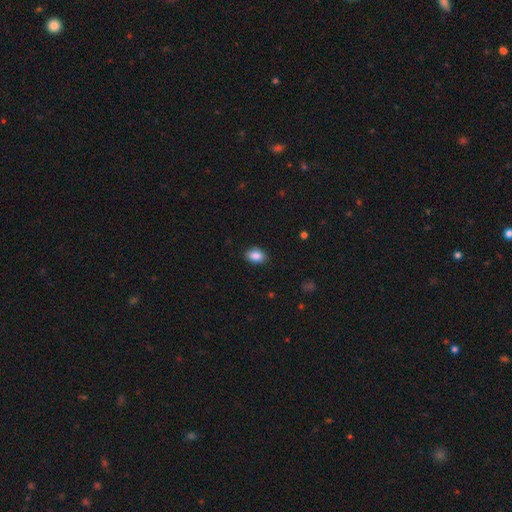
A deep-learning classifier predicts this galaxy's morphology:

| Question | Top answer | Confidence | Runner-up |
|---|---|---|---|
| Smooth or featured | smooth | 88% | star or artifact (8%) |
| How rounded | in between | 82% | round (17%) |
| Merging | none | 86% | minor disturbance (11%) |